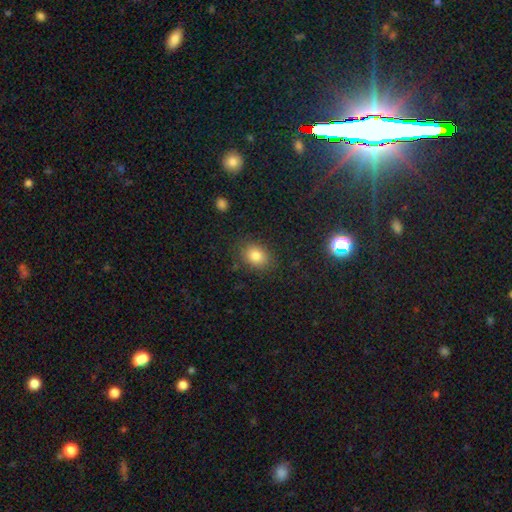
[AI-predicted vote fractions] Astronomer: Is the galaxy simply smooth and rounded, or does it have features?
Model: smooth — 81%.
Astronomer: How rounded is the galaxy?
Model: in between — 61% (runner-up: round, 38%).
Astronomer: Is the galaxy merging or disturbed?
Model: none — 82%.